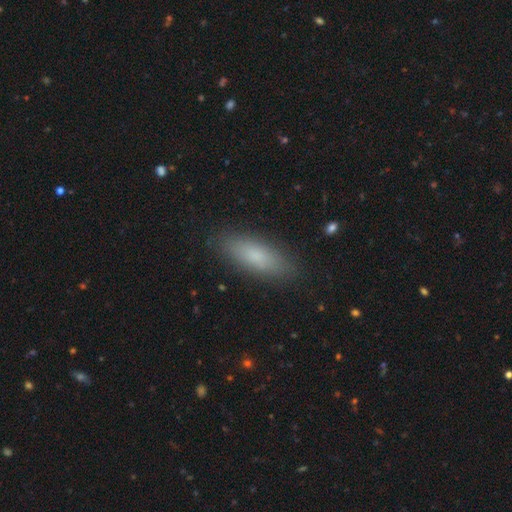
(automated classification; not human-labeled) Overall: smooth (78%). How rounded: in between (60%; cigar-shaped 38%). Merging: none (87%).